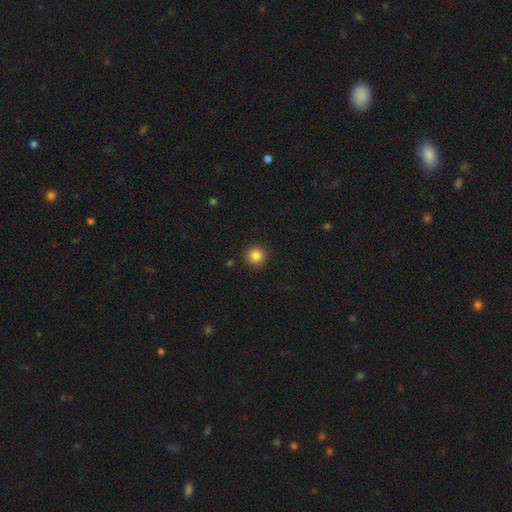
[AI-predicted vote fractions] smooth_or_featured: smooth (p=0.86) [alt: star or artifact p=0.11]
how_rounded: round (p=0.95) [alt: in between p=0.04]
merging: none (p=0.91) [alt: minor disturbance p=0.05]